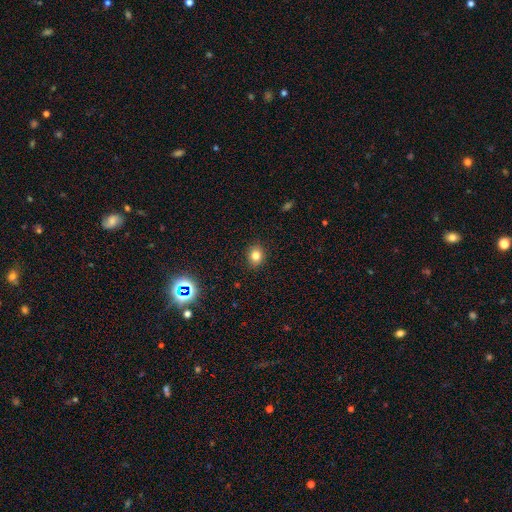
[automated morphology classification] A smooth galaxy with no disk features (79%) that is round (60%). Merging: none (89%).